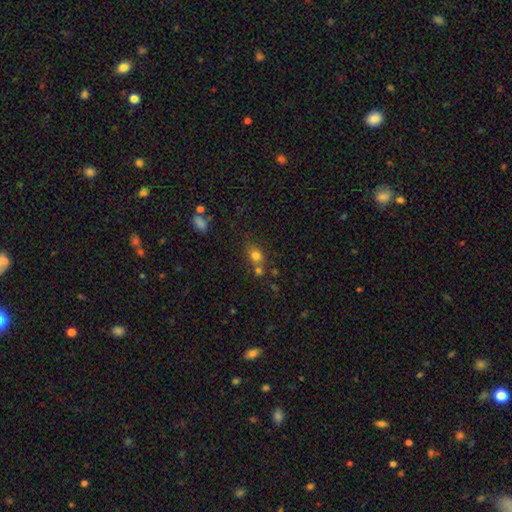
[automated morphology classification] smooth 75%, star or artifact 14%, featured or disk 10%. Down the decision tree: how rounded — round (53%); merging — none (52%).